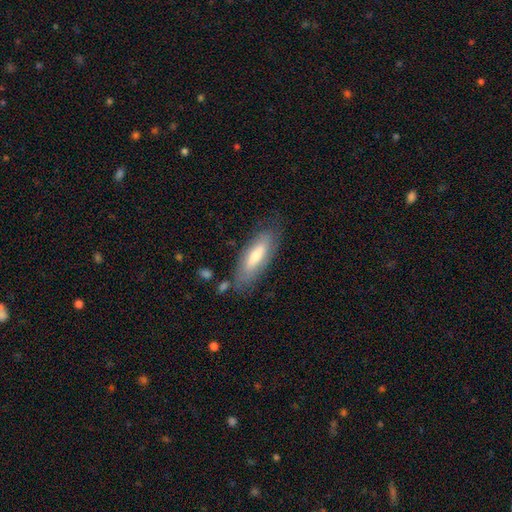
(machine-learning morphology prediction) smooth-or-featured: smooth: 53% | featured or disk: 38% | star or artifact: 9%
  how-rounded: in between: 52% | cigar-shaped: 46% | round: 2%
  merging: none: 79% | minor disturbance: 15% | major disturbance: 4% | merger: 3%